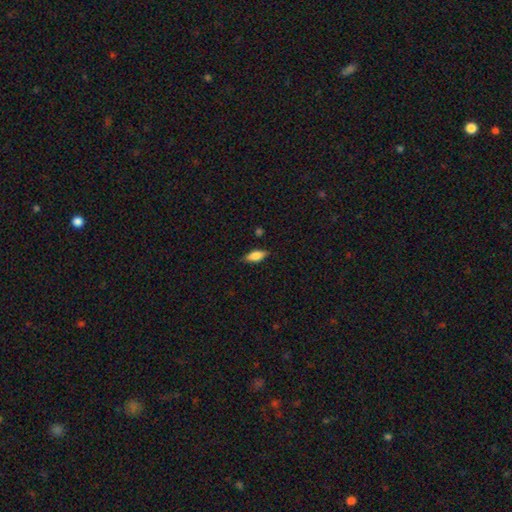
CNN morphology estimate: The model was most divided on "how rounded": in between: 75%, cigar-shaped: 22%, round: 3%. More confident: merging — none (82%); smooth or featured — smooth (78%).